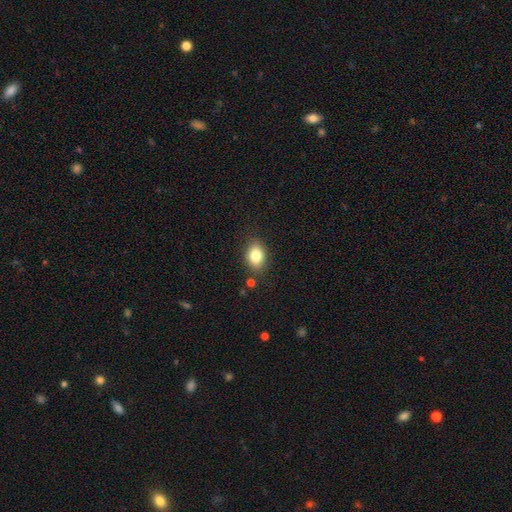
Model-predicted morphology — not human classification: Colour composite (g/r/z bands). It shows a smooth galaxy with no disk features (82%) that is in between round and cigar-shaped (72%). Merging: none (82%).